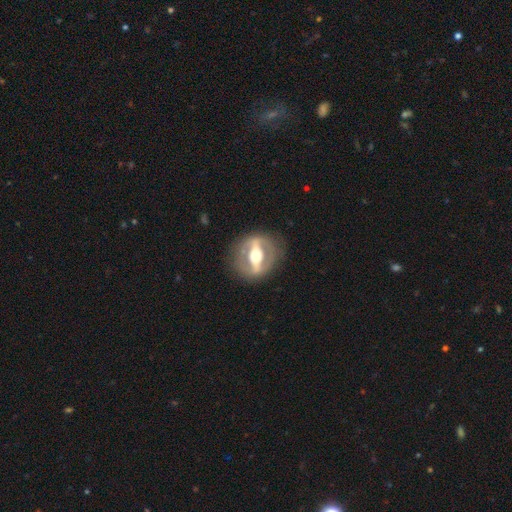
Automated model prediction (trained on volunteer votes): Morphology: type=featured or disk (81%); edge-on=no (65%); bar=strong (83%); spiral arms=no (76%); bulge=moderate (65%); merging=none (83%).